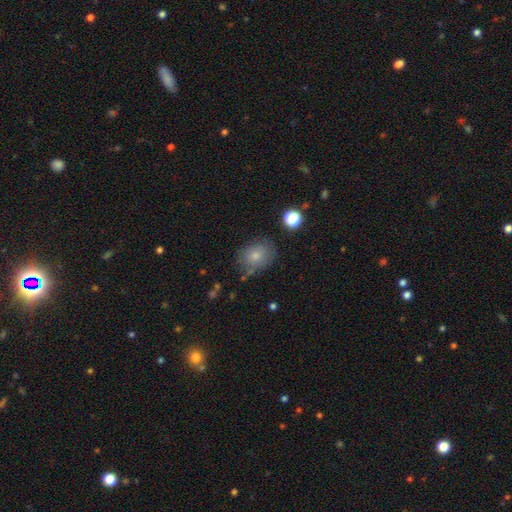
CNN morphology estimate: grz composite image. It shows a smooth galaxy with no disk features (79%) that is in between round and cigar-shaped (50%). Merging: none (72%).